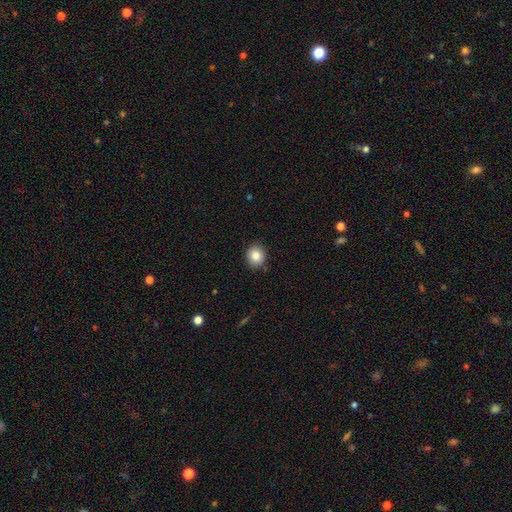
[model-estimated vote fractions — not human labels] A smooth galaxy with no disk features (84%) that is round (79%). Merging: none (89%).